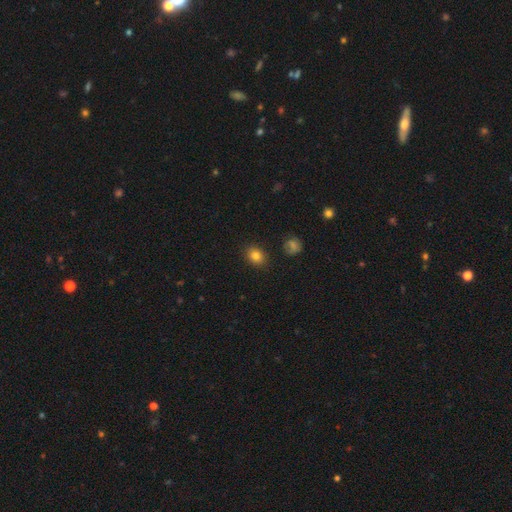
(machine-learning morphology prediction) smooth-or-featured: smooth: 82% | star or artifact: 11% | featured or disk: 7%
  how-rounded: in between: 51% | round: 48% | cigar-shaped: 1%
  merging: none: 87% | minor disturbance: 9% | major disturbance: 2% | merger: 2%